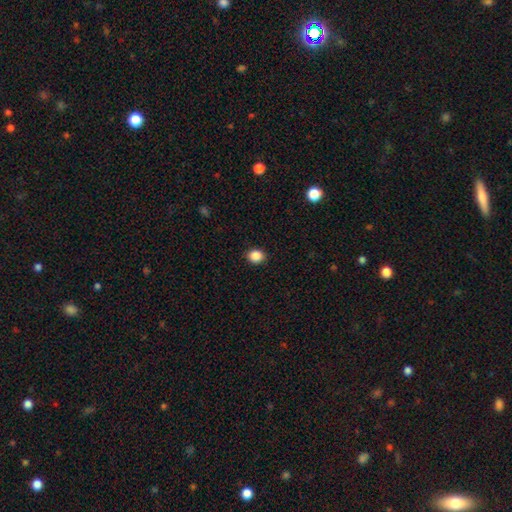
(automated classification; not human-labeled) A smooth galaxy with no disk features (87%) that is round (68%).

Vote fractions:
- Smooth or featured? smooth: 87% / star or artifact: 10% / featured or disk: 3%
- How rounded? round: 68% / in between: 31% / cigar-shaped: 1%
- Merging? none: 90% / minor disturbance: 7% / major disturbance: 2% / merger: 1%